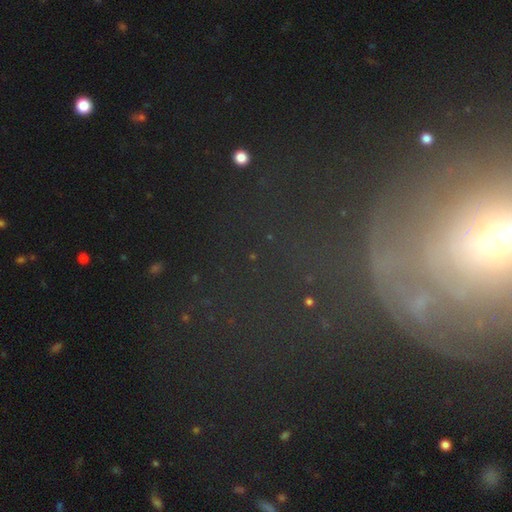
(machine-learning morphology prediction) Smooth or featured? Predicted: star or artifact (p=0.44).